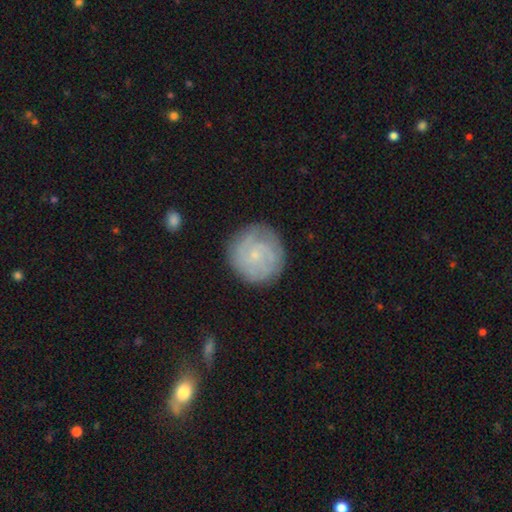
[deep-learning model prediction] Smooth or featured? featured or disk (68%)
Edge-on disk? no (98%)
Bar? no (77%)
Spiral arms? yes (91%)
Spiral winding? tight (71%)
Spiral arm count? can't tell (35%)
Bulge size? small (84%)
Merging? none (83%)